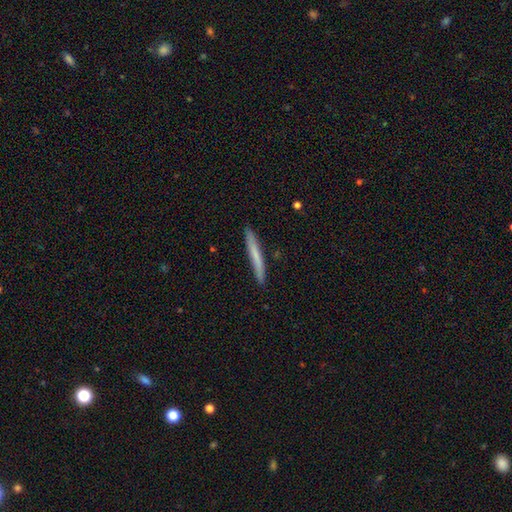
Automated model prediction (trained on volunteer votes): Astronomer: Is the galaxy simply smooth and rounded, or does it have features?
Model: smooth — 65%.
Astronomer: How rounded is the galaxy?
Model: cigar-shaped — 97%.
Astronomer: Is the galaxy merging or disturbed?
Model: none — 90%.